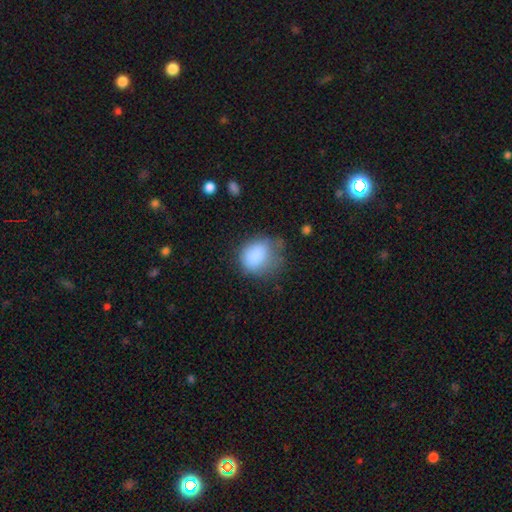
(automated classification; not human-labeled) smooth_or_featured: smooth (p=0.82) [alt: featured or disk p=0.09]
how_rounded: round (p=0.56) [alt: in between p=0.43]
merging: none (p=0.42) [alt: minor disturbance p=0.33]